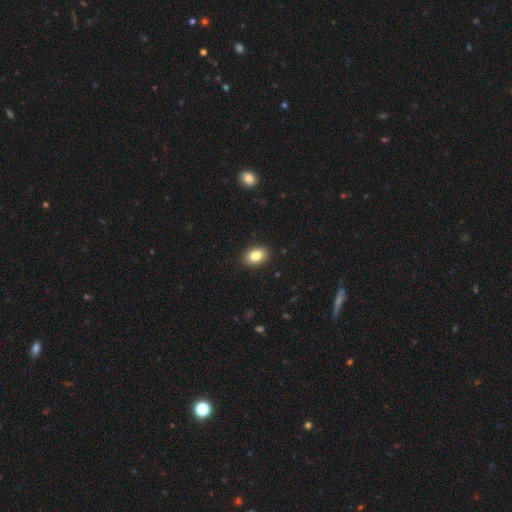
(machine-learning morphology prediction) The model was most divided on "how rounded": in between: 82%, round: 17%, cigar-shaped: 1%. More confident: merging — none (90%); smooth or featured — smooth (85%).